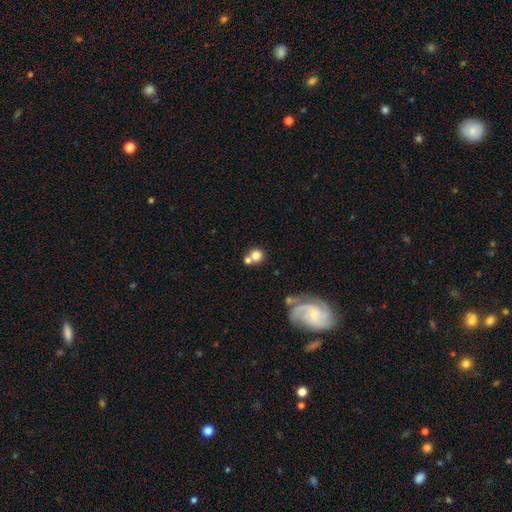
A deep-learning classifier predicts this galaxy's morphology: type=smooth (76%); roundness=round (86%); merging=none (51%).